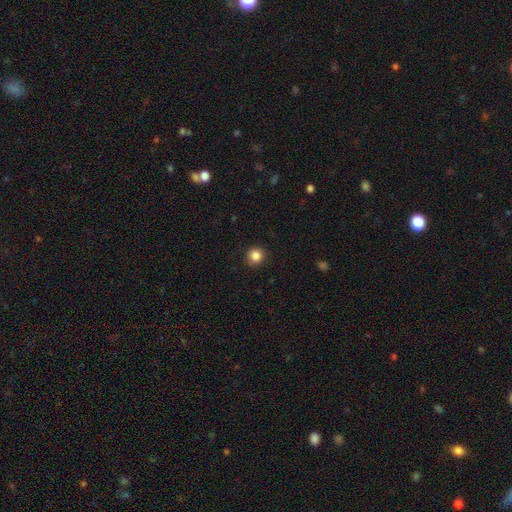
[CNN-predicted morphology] Smooth or featured? smooth (86%)
How rounded? round (94%)
Merging? none (90%)